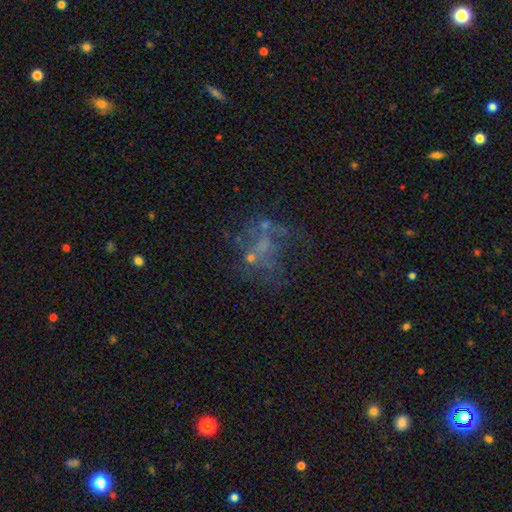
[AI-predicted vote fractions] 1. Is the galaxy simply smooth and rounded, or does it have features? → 55% featured or disk, 23% star or artifact, 22% smooth.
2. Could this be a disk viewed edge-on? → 98% no, 2% yes.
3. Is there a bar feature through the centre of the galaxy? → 85% no, 12% weak, 3% strong.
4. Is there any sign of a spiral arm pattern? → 83% no, 17% yes.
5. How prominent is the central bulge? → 64% none, 22% small, 10% moderate, 2% large, 1% dominant.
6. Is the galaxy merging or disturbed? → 43% none, 31% major disturbance, 16% minor disturbance, 9% merger.